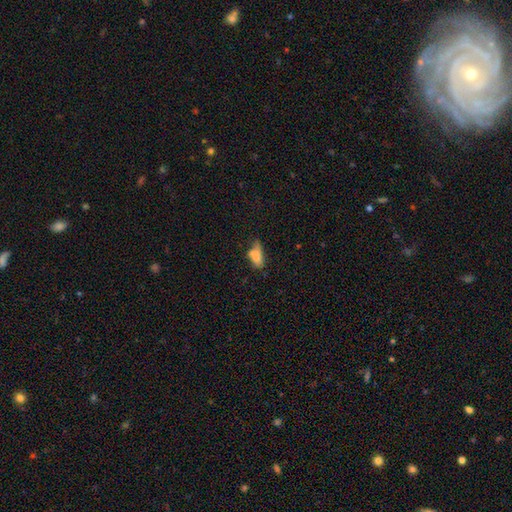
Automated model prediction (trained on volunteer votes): This is likely a smooth galaxy (74%). How rounded: clearly in between (84%). Merging: marginally none (35%).